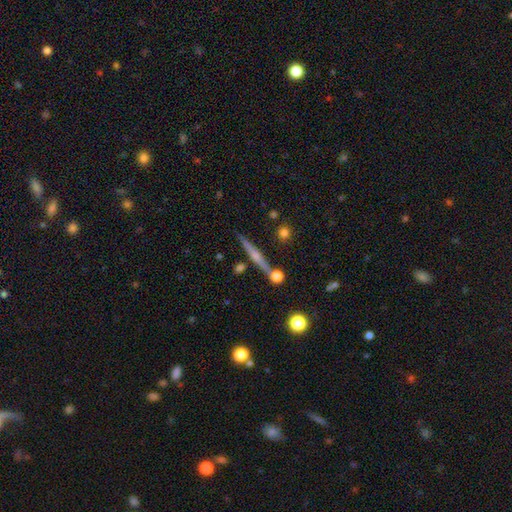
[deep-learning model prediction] This is likely a featured or disk galaxy (67%). It is clearly viewed edge-on (97%). Edge-on bulge: likely rounded (65%). Merging: clearly none (81%).